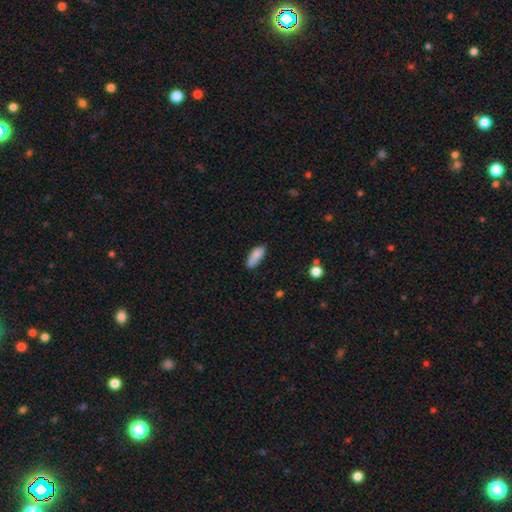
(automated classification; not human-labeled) Smooth or featured? smooth (85%)
How rounded? in between (75%)
Merging? none (71%)